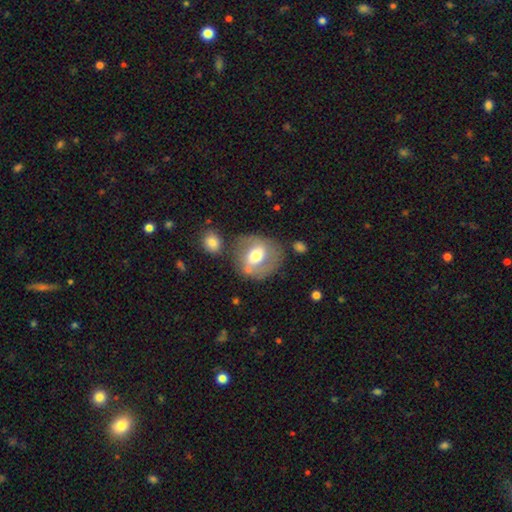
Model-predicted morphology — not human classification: smooth-or-featured: smooth: 51% | featured or disk: 42% | star or artifact: 7%
  how-rounded: round: 65% | in between: 34% | cigar-shaped: 1%
  merging: none: 65% | minor disturbance: 16% | merger: 11% | major disturbance: 7%